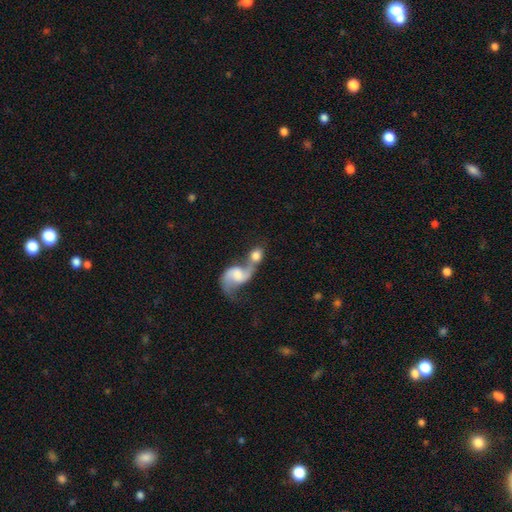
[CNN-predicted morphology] The model was most divided on "smooth or featured": smooth: 47%, featured or disk: 46%, star or artifact: 7%. More confident: merging — merger (72%).